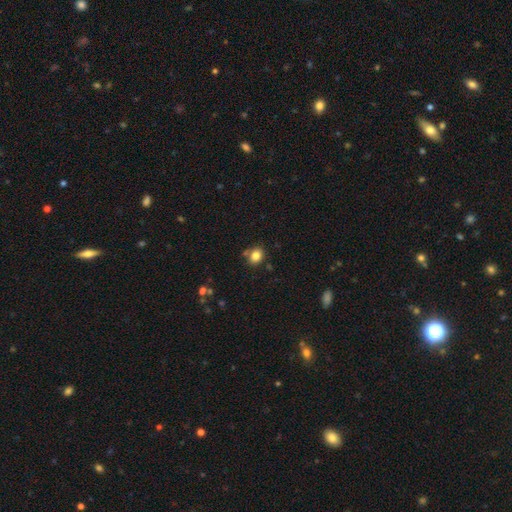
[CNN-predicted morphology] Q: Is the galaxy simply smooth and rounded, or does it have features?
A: smooth — 82%.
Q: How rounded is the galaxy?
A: round — 56%.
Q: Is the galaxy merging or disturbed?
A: none — 74%.